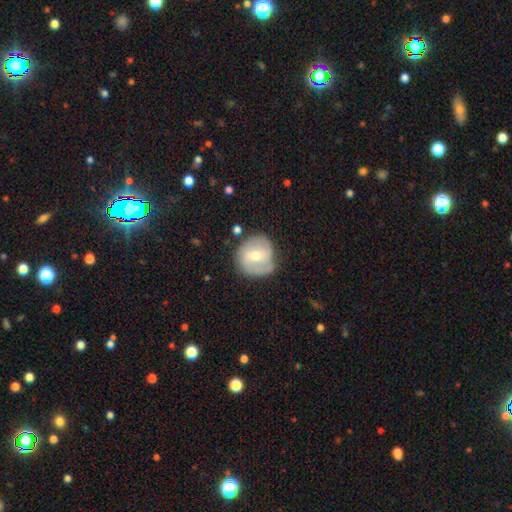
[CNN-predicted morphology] type=featured or disk (60%); edge-on=no (97%); bar=weak (49%); spiral arms=yes (77%); bulge=moderate (61%); merging=none (72%).